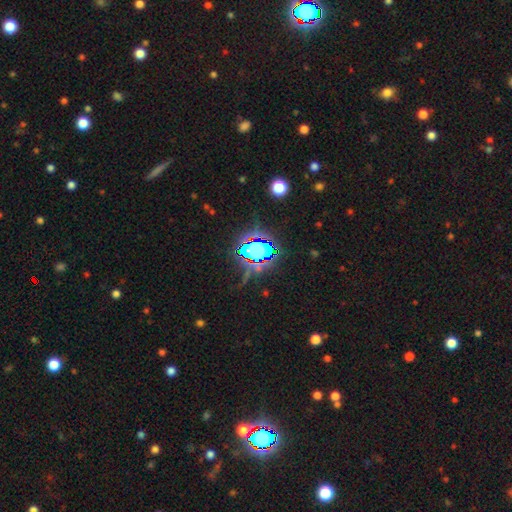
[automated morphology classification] type=star or artifact (79%).